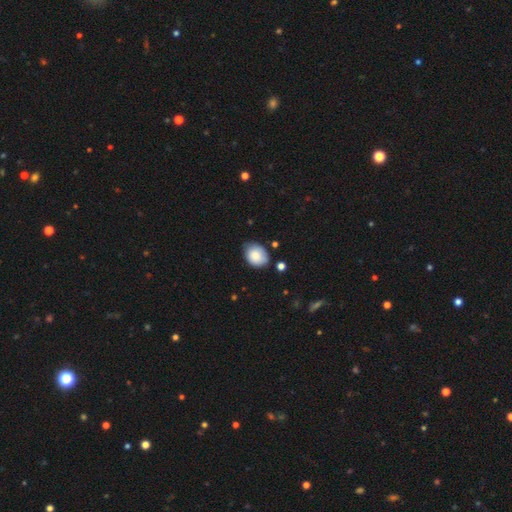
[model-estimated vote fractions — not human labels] The model was most divided on "how rounded": in between: 63%, round: 36%, cigar-shaped: 1%. More confident: smooth or featured — smooth (85%); merging — none (60%).